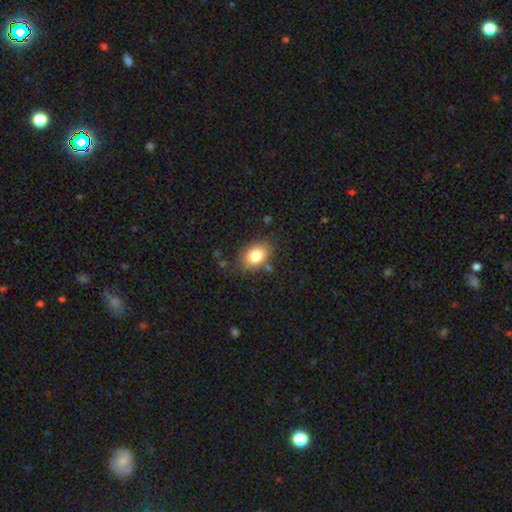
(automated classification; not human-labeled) smooth 82%, featured or disk 9%, star or artifact 9%. Down the decision tree: how rounded — in between (76%); merging — none (78%).